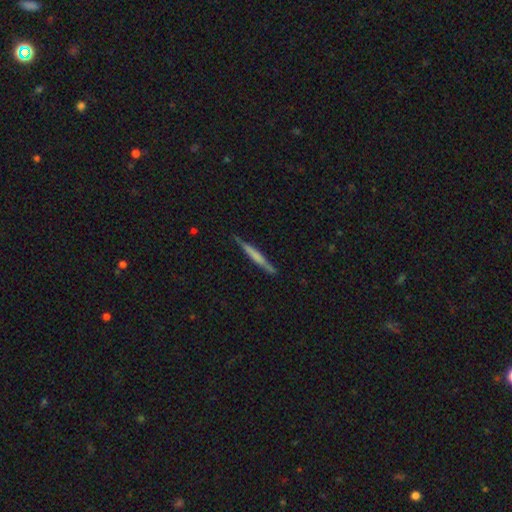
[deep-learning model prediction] Smooth or featured? featured or disk (48%)
Merging? none (86%)